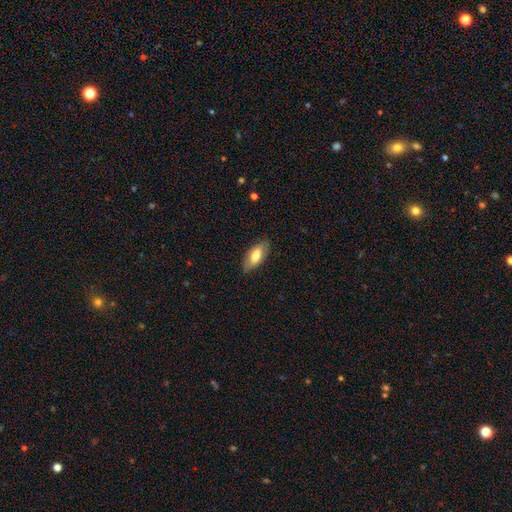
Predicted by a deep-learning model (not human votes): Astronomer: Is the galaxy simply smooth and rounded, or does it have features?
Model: smooth — 71%.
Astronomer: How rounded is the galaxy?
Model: in between — 86%.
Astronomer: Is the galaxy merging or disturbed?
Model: none — 84%.